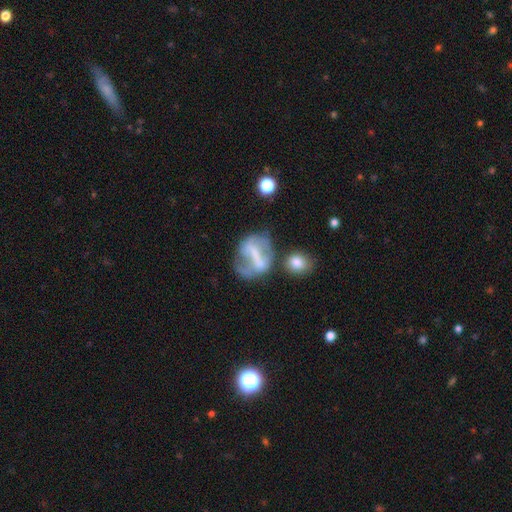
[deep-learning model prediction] Smooth or featured?
  - featured or disk: 59% *
  - smooth: 31%
  - star or artifact: 10%
Edge-on disk?
  - no: 94% *
  - yes: 6%
Bar?
  - strong: 48% *
  - weak: 29%
  - no: 23%
Spiral arms?
  - no: 62% *
  - yes: 38%
Bulge size?
  - none: 45% *
  - small: 28%
  - moderate: 20%
  - large: 5%
  - dominant: 2%
Merging?
  - none: 41% *
  - major disturbance: 22%
  - minor disturbance: 22%
  - merger: 15%